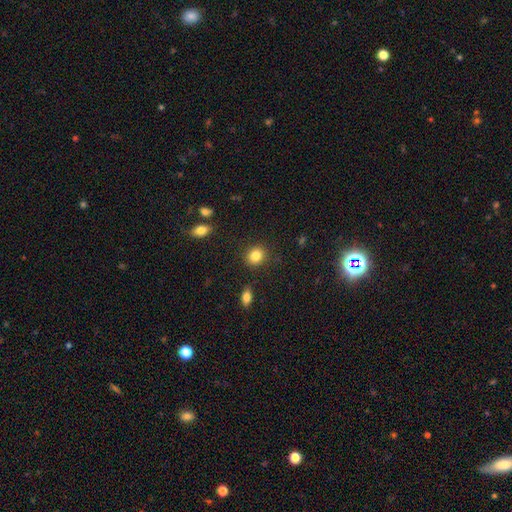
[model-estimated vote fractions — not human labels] smooth_or_featured: smooth (p=0.86) [alt: star or artifact p=0.09]
how_rounded: round (p=0.71) [alt: in between p=0.27]
merging: none (p=0.88) [alt: minor disturbance p=0.08]